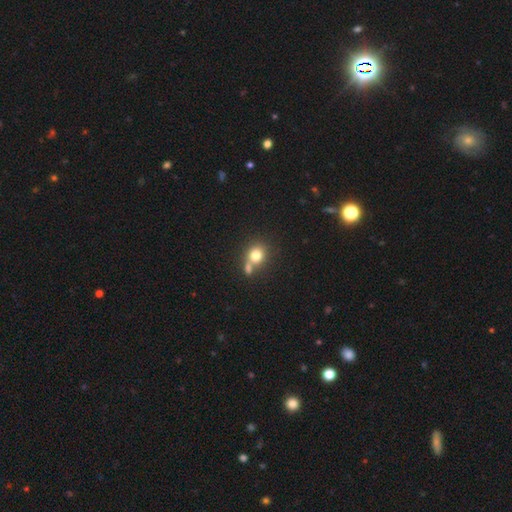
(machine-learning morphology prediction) Smooth or featured: smooth — 76% (featured or disk — 12%)
How rounded: round — 78% (in between — 21%)
Merging: none — 44% (merger — 39%)